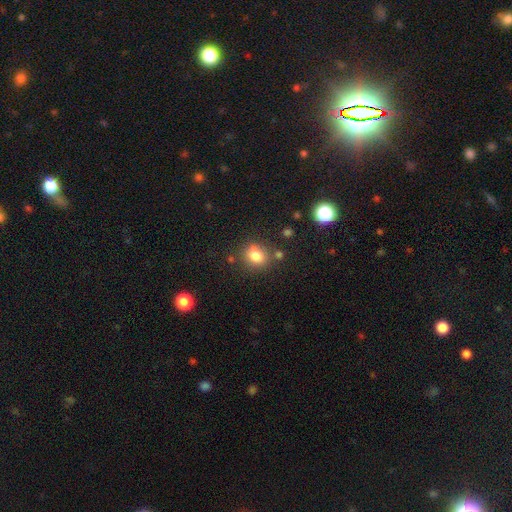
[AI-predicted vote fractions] A smooth galaxy with no disk features (80%) that is round (69%). Merging: none (72%).